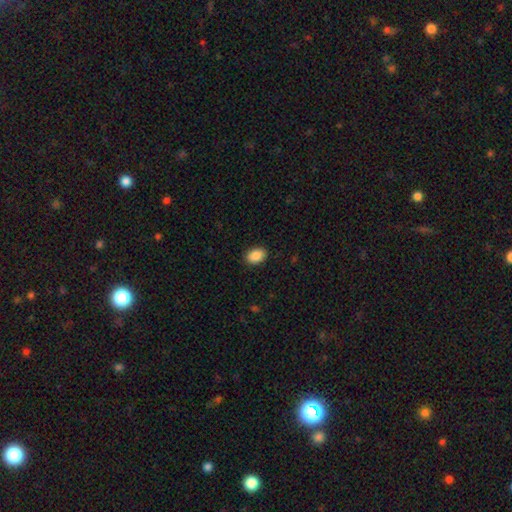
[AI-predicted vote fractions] Smooth or featured: smooth — 89% (star or artifact — 7%)
How rounded: in between — 82% (round — 16%)
Merging: none — 89% (minor disturbance — 8%)